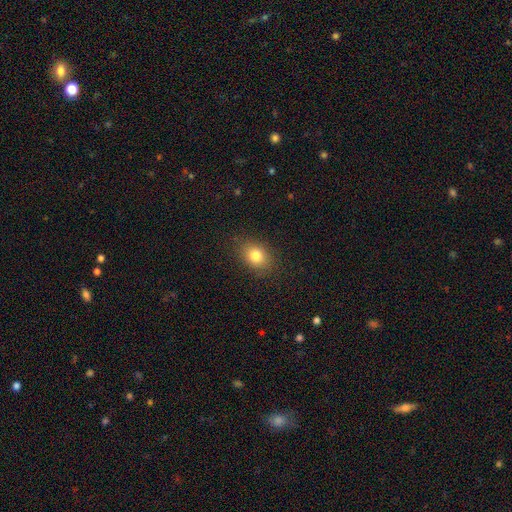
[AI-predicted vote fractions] Smooth or featured: smooth — 81% (star or artifact — 11%)
How rounded: in between — 62% (round — 37%)
Merging: none — 86% (minor disturbance — 10%)